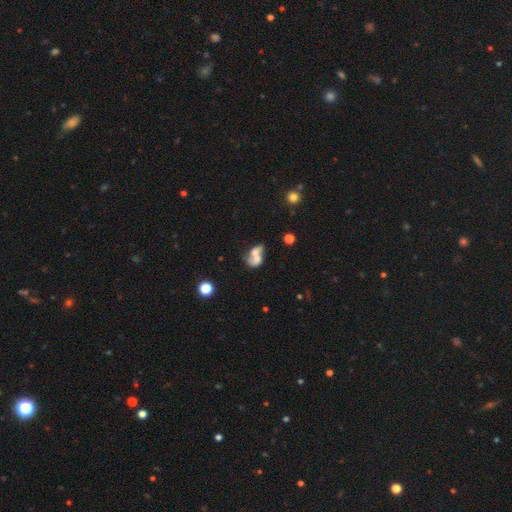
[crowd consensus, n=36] Volunteers were most divided on "smooth or featured" (2-way tie): smooth: 47%, featured or disk: 47%, star or artifact: 6%. More confident: merging — merger (76%); how rounded — in between (59%).